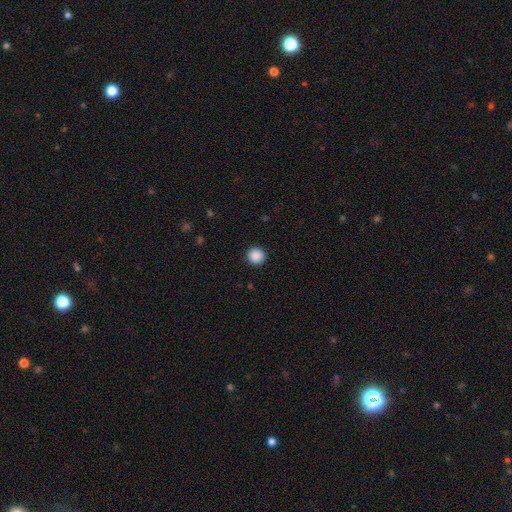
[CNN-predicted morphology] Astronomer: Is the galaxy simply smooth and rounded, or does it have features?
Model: smooth — 89%.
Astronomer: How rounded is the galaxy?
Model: round — 95%.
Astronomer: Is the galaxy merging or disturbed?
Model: none — 92%.